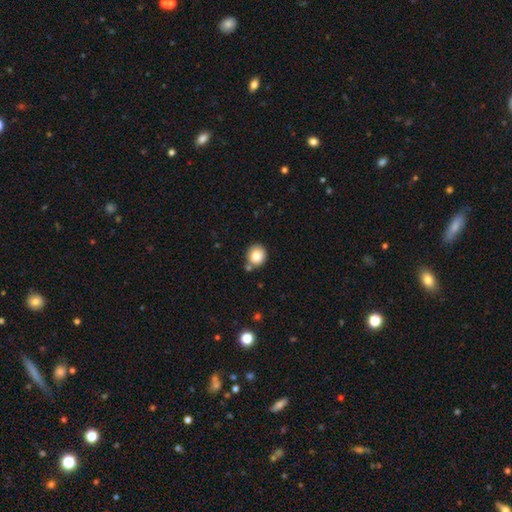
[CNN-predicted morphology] The model was most divided on "merging": none: 71%, minor disturbance: 13%, merger: 12%, major disturbance: 3%. More confident: smooth or featured — smooth (84%); how rounded — round (81%).